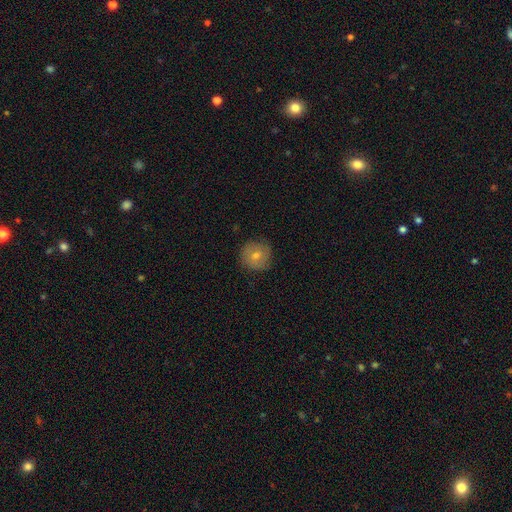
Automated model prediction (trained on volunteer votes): Q: Smooth or featured?
A: smooth (55%); runner-up: featured or disk (33%)
Q: How rounded?
A: round (93%); runner-up: in between (6%)
Q: Merging?
A: none (86%); runner-up: minor disturbance (11%)